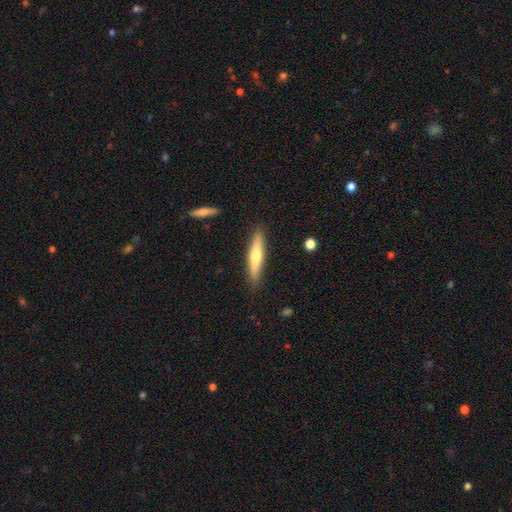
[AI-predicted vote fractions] smooth_or_featured: smooth (p=0.52) [alt: featured or disk p=0.42]
how_rounded: cigar-shaped (p=0.85) [alt: in between p=0.14]
merging: none (p=0.87) [alt: minor disturbance p=0.09]